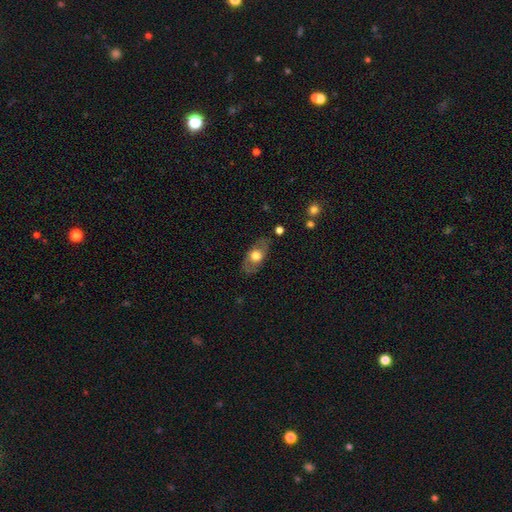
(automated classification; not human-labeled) smooth-or-featured: smooth: 55% | featured or disk: 38% | star or artifact: 7%
  how-rounded: in between: 83% | round: 12% | cigar-shaped: 5%
  merging: none: 79% | minor disturbance: 15% | major disturbance: 5% | merger: 2%